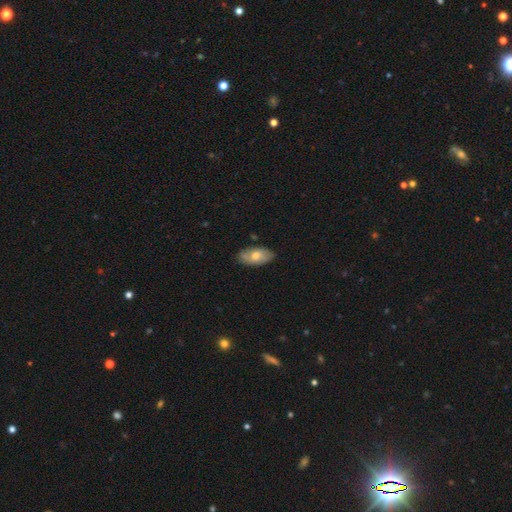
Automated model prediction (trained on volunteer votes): A smooth galaxy with no disk features (58%) that is in between round and cigar-shaped (93%).

Vote fractions:
- Smooth or featured? smooth: 58% / featured or disk: 35% / star or artifact: 6%
- How rounded? in between: 93% / cigar-shaped: 4% / round: 4%
- Merging? none: 77% / minor disturbance: 18% / major disturbance: 3% / merger: 2%